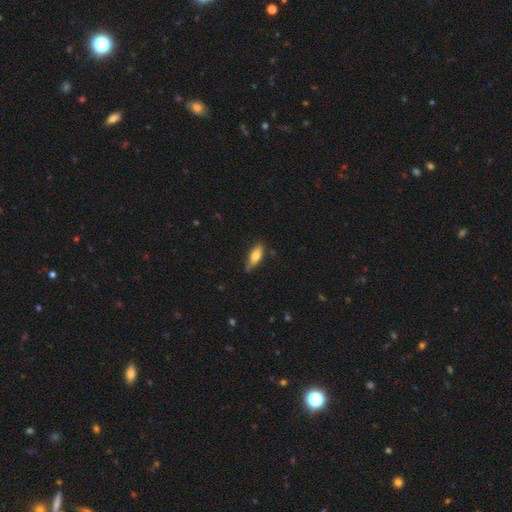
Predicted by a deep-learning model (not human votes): A smooth galaxy with no disk features (71%) that is in between round and cigar-shaped (63%).

Vote fractions:
- Smooth or featured? smooth: 71% / featured or disk: 23% / star or artifact: 6%
- How rounded? in between: 63% / cigar-shaped: 35% / round: 2%
- Merging? none: 71% / minor disturbance: 23% / major disturbance: 4% / merger: 2%